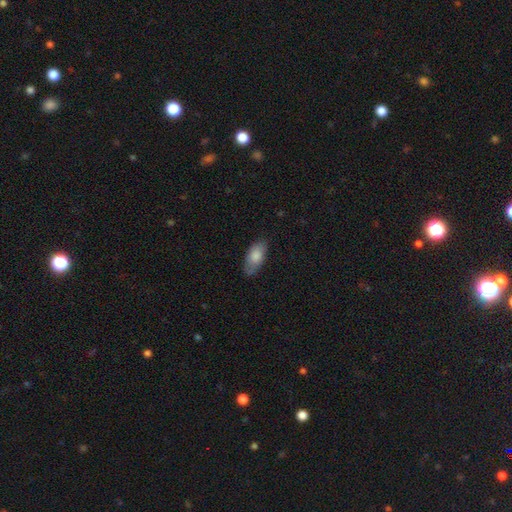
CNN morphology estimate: smooth-or-featured: smooth: 80% | featured or disk: 15% | star or artifact: 6%
  how-rounded: in between: 91% | cigar-shaped: 7% | round: 3%
  merging: none: 75% | minor disturbance: 20% | major disturbance: 4% | merger: 1%